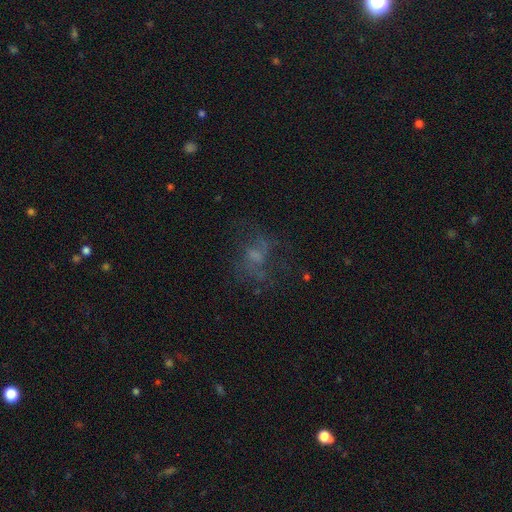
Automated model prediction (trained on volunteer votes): Overall: featured or disk (43%; smooth 30%). Merging: none (54%; major disturbance 26%).